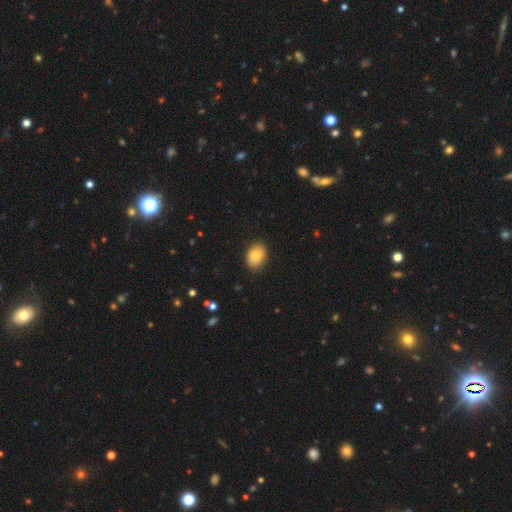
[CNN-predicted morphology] smooth 84%, featured or disk 9%, star or artifact 8%. Down the decision tree: how rounded — in between (75%); merging — none (87%).